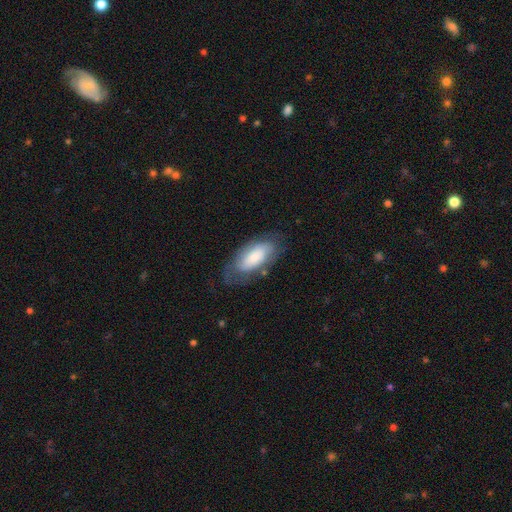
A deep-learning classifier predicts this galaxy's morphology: This is possibly a smooth galaxy (58%). How rounded: clearly in between (89%). Merging: likely none (61%).